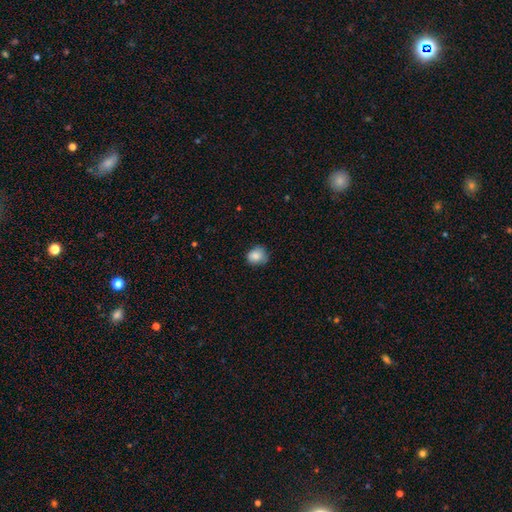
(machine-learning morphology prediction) Smooth or featured? Predicted: smooth (p=0.84). How rounded? Predicted: round (p=0.70). Merging? Predicted: none (p=0.63).